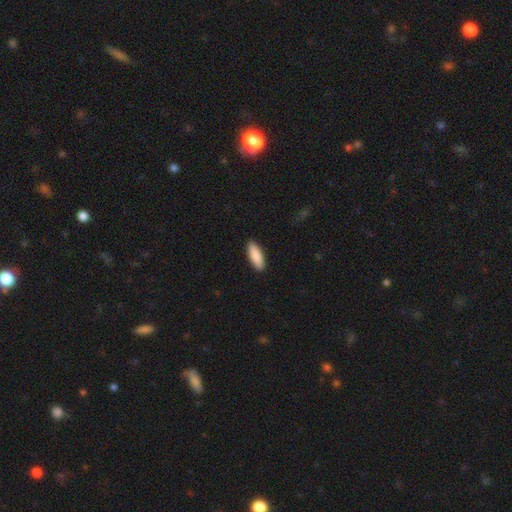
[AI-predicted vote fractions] smooth 89%, featured or disk 6%, star or artifact 5%. Down the decision tree: how rounded — in between (69%); merging — none (90%).